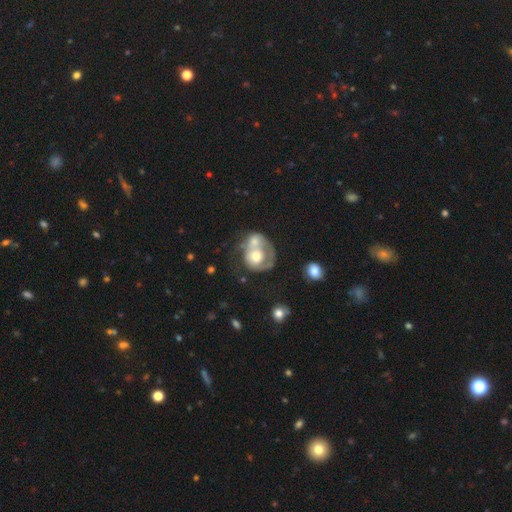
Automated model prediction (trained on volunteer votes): Smooth or featured? featured or disk (53%)
Edge-on disk? no (97%)
Bar? no (86%)
Spiral arms? no (61%)
Bulge size? moderate (57%)
Merging? merger (54%)